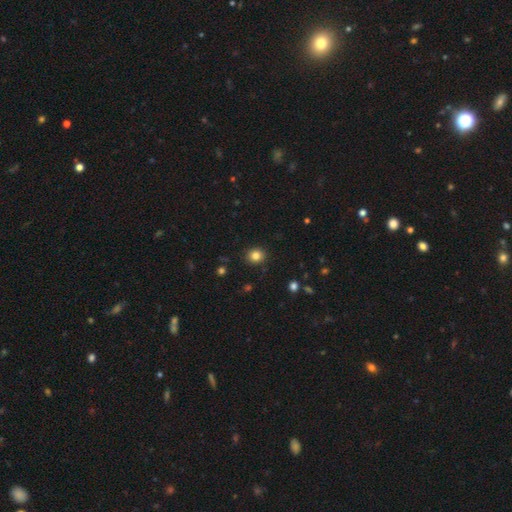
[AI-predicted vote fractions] Q: Smooth or featured?
A: smooth (83%); runner-up: star or artifact (12%)
Q: How rounded?
A: round (79%); runner-up: in between (20%)
Q: Merging?
A: none (90%); runner-up: minor disturbance (7%)